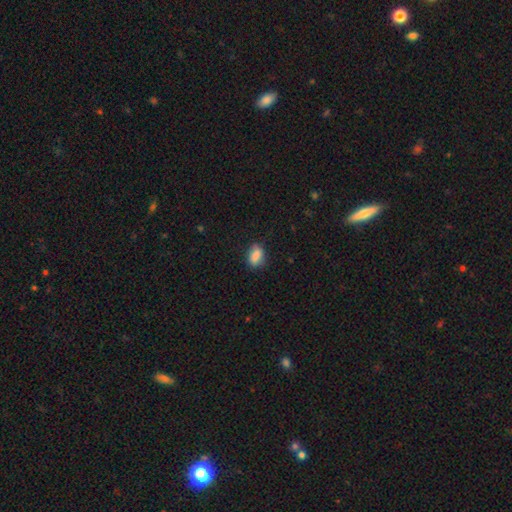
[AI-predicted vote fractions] Overall: smooth (83%). How rounded: in between (81%). Merging: none (74%).